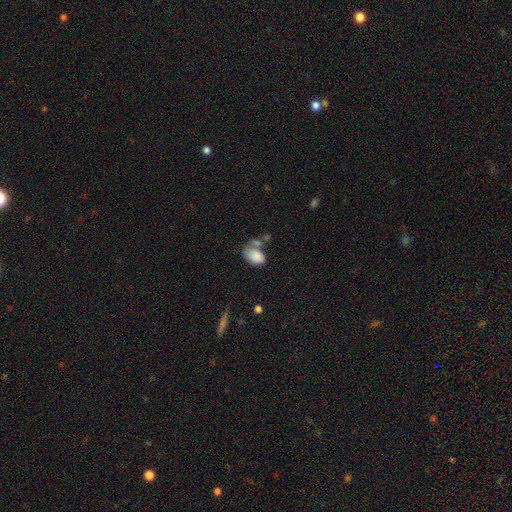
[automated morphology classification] Smooth or featured? smooth (82%)
How rounded? in between (85%)
Merging? none (34%)